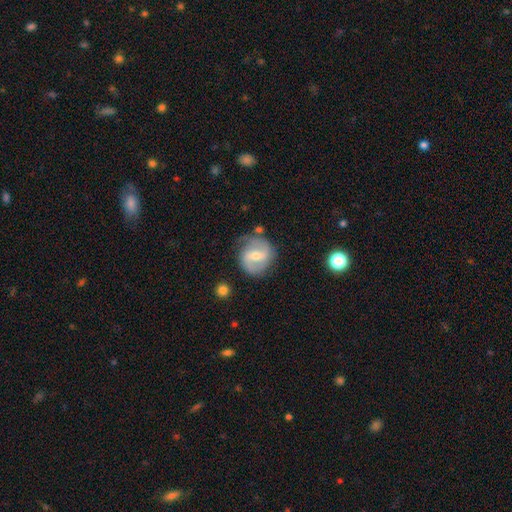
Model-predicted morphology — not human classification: This is likely a featured or disk galaxy (74%). It is clearly not viewed edge-on (97%). Bar: possibly weak (49%). Spiral arm pattern: clearly yes (88%). Spiral arm count: clearly 2 (86%). Spiral winding: possibly medium (48%). Central bulge: likely moderate (61%). Merging: likely none (73%).